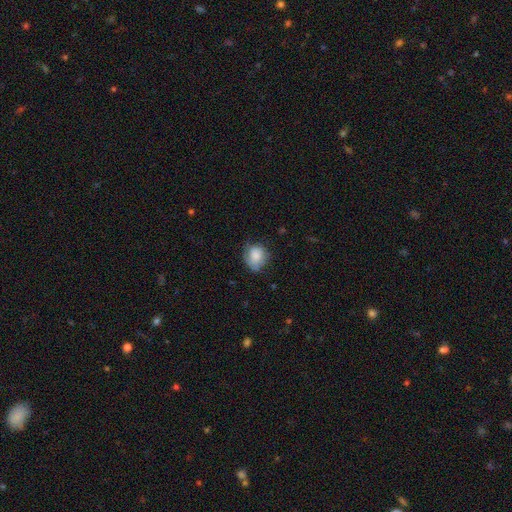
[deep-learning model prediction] This appears to be a smooth galaxy with no disk features (75%) that is round (63%). Merging: none (54%).